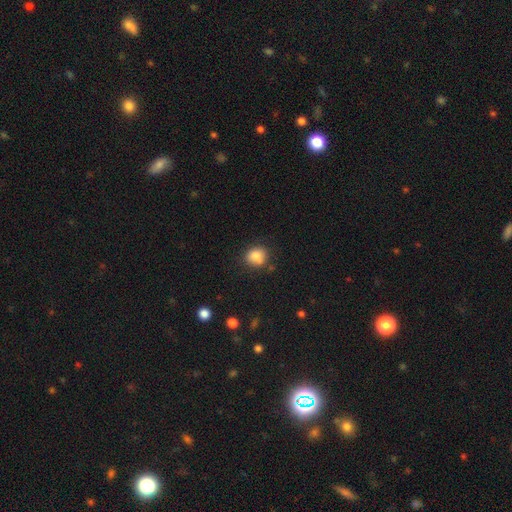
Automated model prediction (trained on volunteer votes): A smooth galaxy with no disk features (81%) that is round (76%). Merging: none (73%).